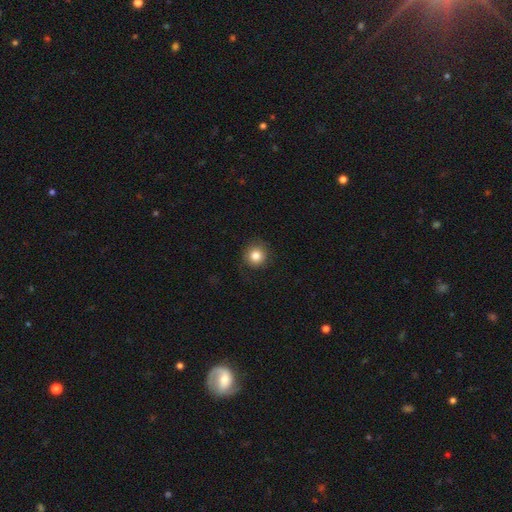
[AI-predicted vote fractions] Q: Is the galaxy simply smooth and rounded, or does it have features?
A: smooth — 83%.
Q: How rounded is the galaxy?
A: round — 93%.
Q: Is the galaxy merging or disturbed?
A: none — 86%.